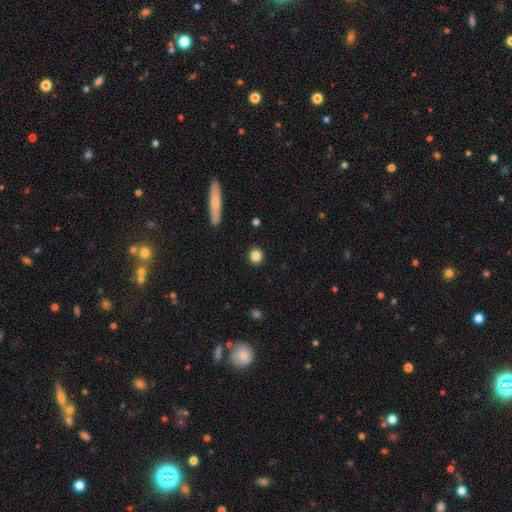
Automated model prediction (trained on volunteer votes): Smooth or featured? Predicted: smooth (p=0.85). How rounded? Predicted: round (p=0.89). Merging? Predicted: none (p=0.91).